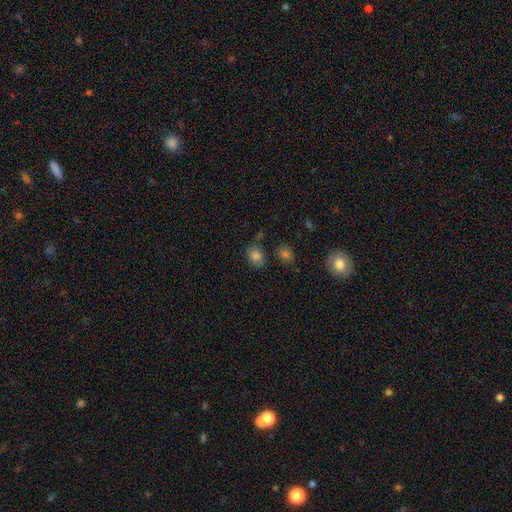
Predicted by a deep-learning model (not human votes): The model was most divided on "how rounded": in between: 54%, round: 45%, cigar-shaped: 1%. More confident: smooth or featured — smooth (83%); merging — none (75%).